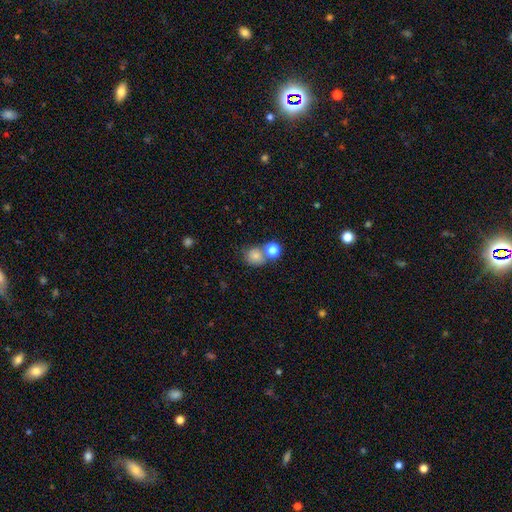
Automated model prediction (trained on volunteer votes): A smooth galaxy with no disk features (78%) that is round (78%). Merging: none (52%).